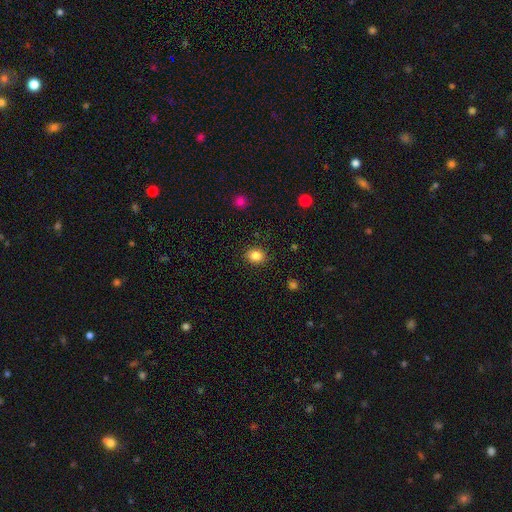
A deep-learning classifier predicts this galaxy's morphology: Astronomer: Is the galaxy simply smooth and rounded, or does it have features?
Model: smooth — 85%.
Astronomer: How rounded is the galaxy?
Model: round — 54% (runner-up: in between, 45%).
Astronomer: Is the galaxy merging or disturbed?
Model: none — 89%.